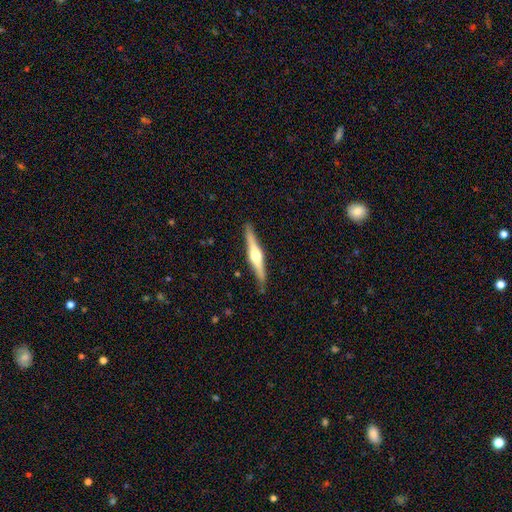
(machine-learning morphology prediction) A featured or disk galaxy (74%) viewed edge-on (98%) with a rounded central bulge (94%).

Vote fractions:
- Smooth or featured? featured or disk: 74% / smooth: 21% / star or artifact: 5%
- Edge-on disk? yes: 98% / no: 2%
- Edge-on bulge? rounded: 94% / boxy: 4% / none: 2%
- Merging? none: 89% / minor disturbance: 9% / major disturbance: 2% / merger: 1%